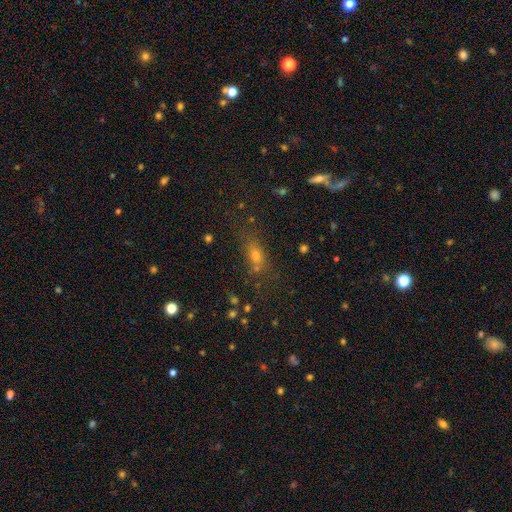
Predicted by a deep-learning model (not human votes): A smooth galaxy with no disk features (59%) that is in between round and cigar-shaped (56%). Merging: none (64%).